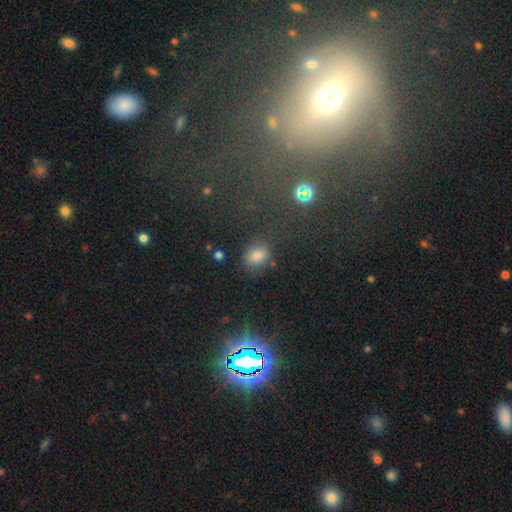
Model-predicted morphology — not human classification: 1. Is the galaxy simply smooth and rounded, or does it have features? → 69% smooth, 23% star or artifact, 8% featured or disk.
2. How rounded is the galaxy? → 64% in between, 34% round, 2% cigar-shaped.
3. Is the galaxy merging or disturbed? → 78% none, 13% minor disturbance, 5% major disturbance, 4% merger.